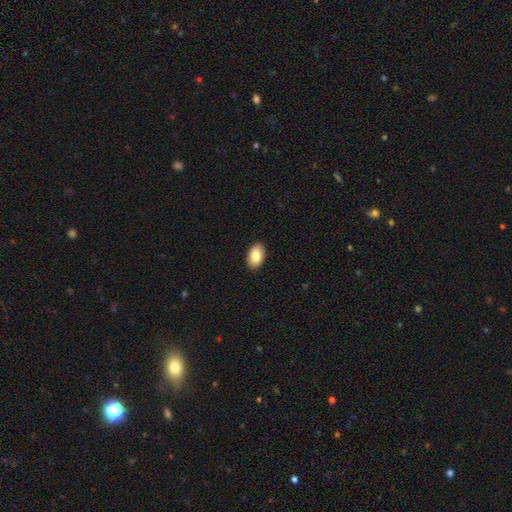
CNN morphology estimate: The model was most divided on "smooth or featured": smooth: 83%, featured or disk: 10%, star or artifact: 7%. More confident: how rounded — in between (93%); merging — none (91%).